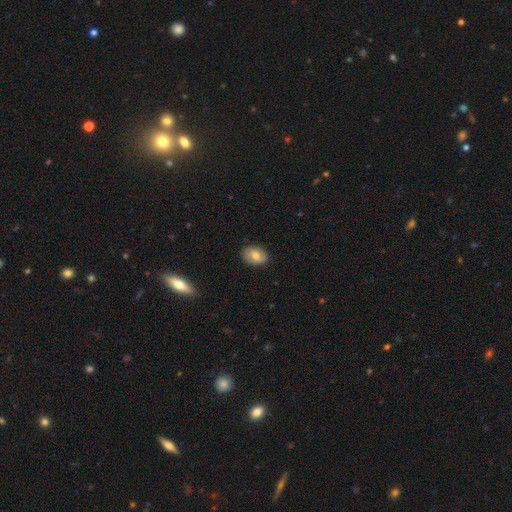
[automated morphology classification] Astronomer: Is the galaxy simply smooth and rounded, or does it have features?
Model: smooth — 69%.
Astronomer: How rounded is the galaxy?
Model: in between — 80%.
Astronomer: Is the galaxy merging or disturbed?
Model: none — 84%.